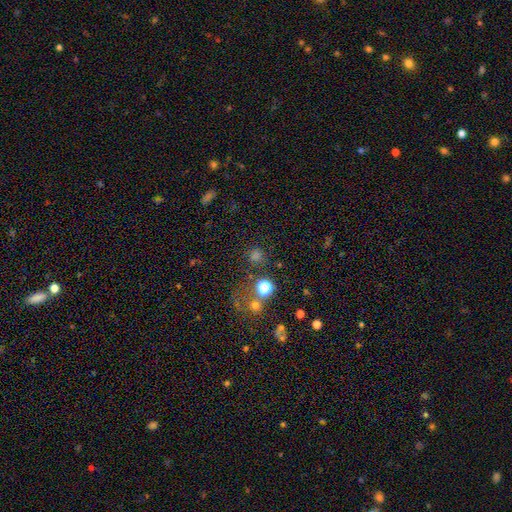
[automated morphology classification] Smooth or featured?
  - smooth: 64% *
  - star or artifact: 29%
  - featured or disk: 7%
How rounded?
  - round: 90% *
  - in between: 9%
  - cigar-shaped: 1%
Merging?
  - none: 74% *
  - merger: 11%
  - minor disturbance: 9%
  - major disturbance: 6%